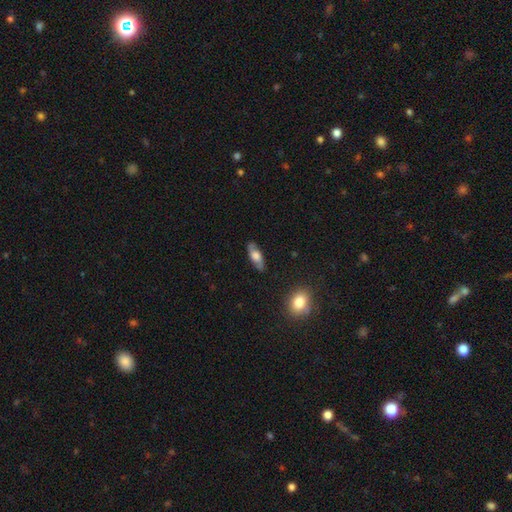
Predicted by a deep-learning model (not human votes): Morphology: type=smooth (50%); merging=none (84%).